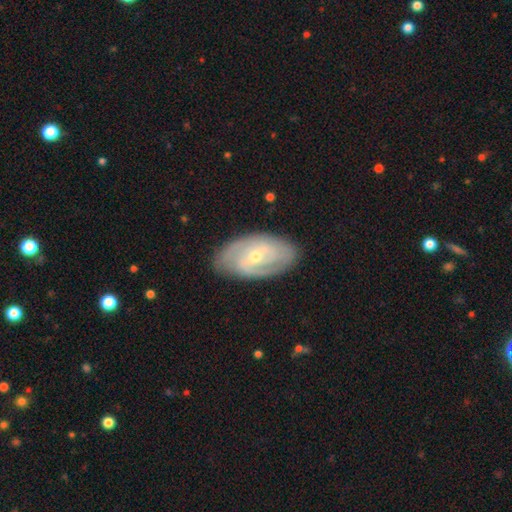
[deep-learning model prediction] Smooth or featured: featured or disk — 81% (smooth — 14%)
Edge-on disk: no — 95% (yes — 5%)
Bar: weak — 47% (no — 31%)
Spiral arms: yes — 91% (no — 9%)
Spiral winding: tight — 55% (medium — 35%)
Spiral arm count: 2 — 53% (can't tell — 24%)
Bulge size: small — 63% (moderate — 35%)
Merging: none — 80% (minor disturbance — 15%)